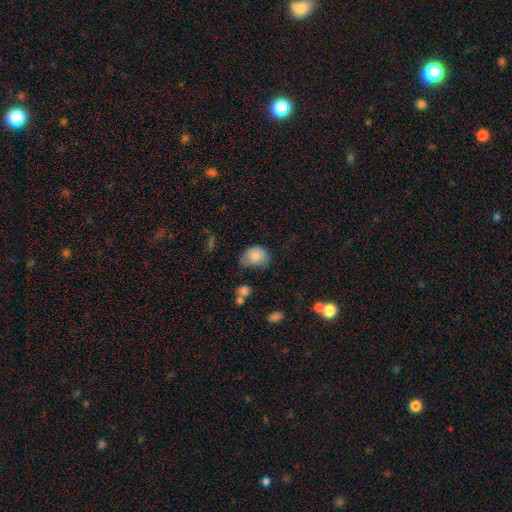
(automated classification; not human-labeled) Smooth or featured?
  - smooth: 82% *
  - featured or disk: 9%
  - star or artifact: 8%
How rounded?
  - in between: 51% *
  - round: 48%
  - cigar-shaped: 1%
Merging?
  - none: 42% *
  - minor disturbance: 39%
  - major disturbance: 15%
  - merger: 4%